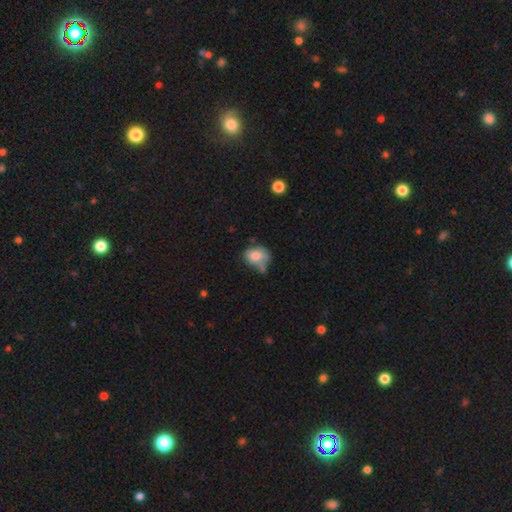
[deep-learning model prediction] smooth-or-featured: smooth: 75% | featured or disk: 16% | star or artifact: 9%
  how-rounded: in between: 51% | round: 48% | cigar-shaped: 1%
  merging: none: 42% | minor disturbance: 28% | merger: 19% | major disturbance: 11%